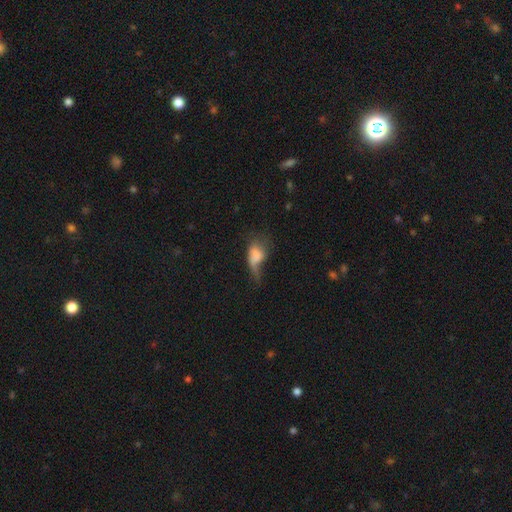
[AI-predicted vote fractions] A smooth galaxy with no disk features (61%) that is in between round and cigar-shaped (83%). Merging: major disturbance (53%).